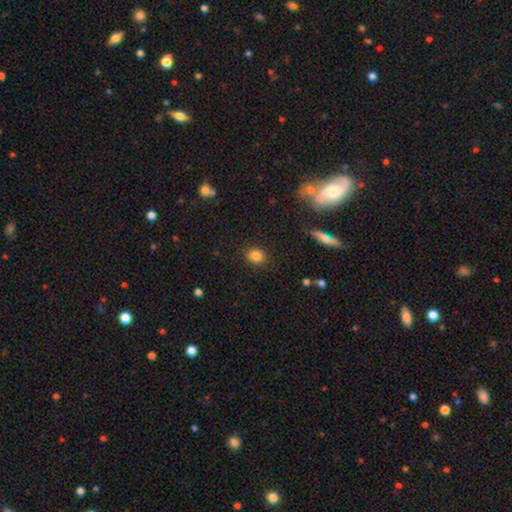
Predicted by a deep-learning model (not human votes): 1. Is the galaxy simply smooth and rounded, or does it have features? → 84% smooth, 12% star or artifact, 5% featured or disk.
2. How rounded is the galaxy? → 80% round, 19% in between, 1% cigar-shaped.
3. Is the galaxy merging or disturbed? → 88% none, 8% minor disturbance, 3% major disturbance, 1% merger.